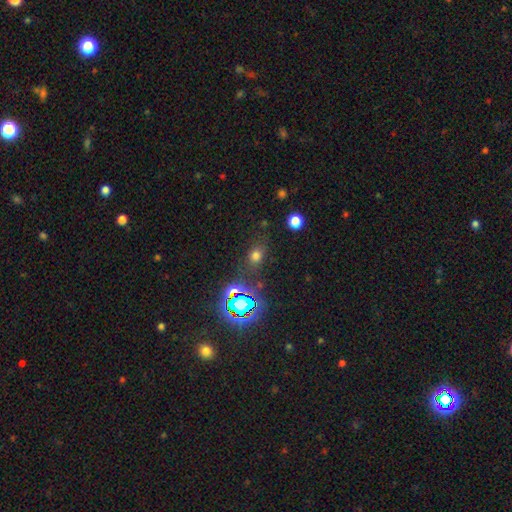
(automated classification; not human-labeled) Smooth or featured?
  - smooth: 65% *
  - star or artifact: 27%
  - featured or disk: 8%
How rounded?
  - in between: 51% *
  - round: 47%
  - cigar-shaped: 2%
Merging?
  - none: 77% *
  - minor disturbance: 14%
  - major disturbance: 6%
  - merger: 4%